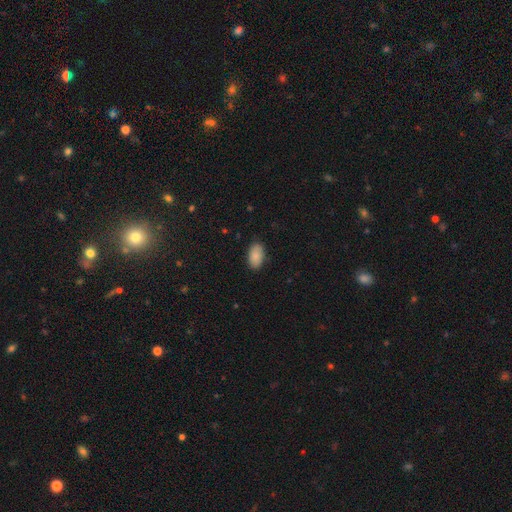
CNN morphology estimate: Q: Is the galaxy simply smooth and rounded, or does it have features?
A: smooth — 87%.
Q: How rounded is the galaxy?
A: in between — 94%.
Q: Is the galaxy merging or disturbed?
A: none — 87%.